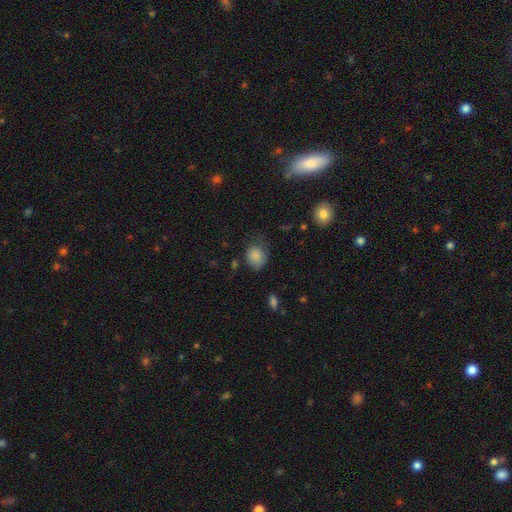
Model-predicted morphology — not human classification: smooth-or-featured: smooth: 83% | star or artifact: 9% | featured or disk: 7%
  how-rounded: round: 57% | in between: 42% | cigar-shaped: 1%
  merging: none: 53% | minor disturbance: 33% | major disturbance: 12% | merger: 2%